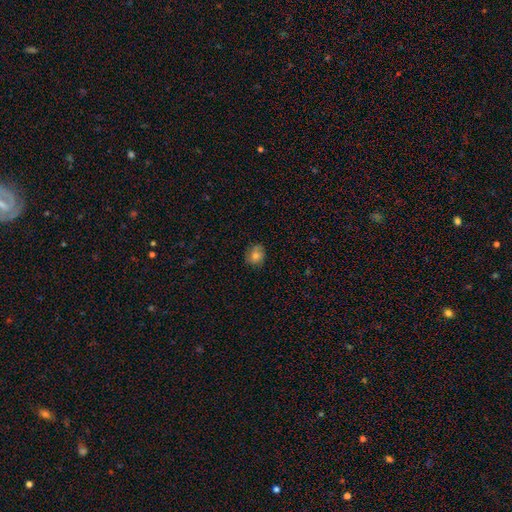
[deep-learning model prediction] Morphology: type=smooth (72%); roundness=round (67%); merging=none (77%).